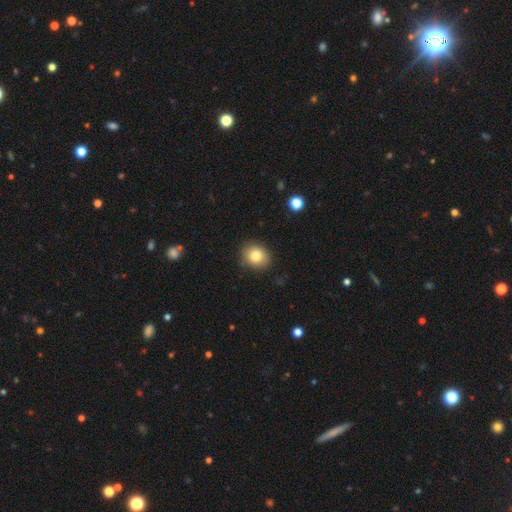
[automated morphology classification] Q: Smooth or featured?
A: smooth (84%); runner-up: star or artifact (9%)
Q: How rounded?
A: round (68%); runner-up: in between (31%)
Q: Merging?
A: none (84%); runner-up: minor disturbance (12%)